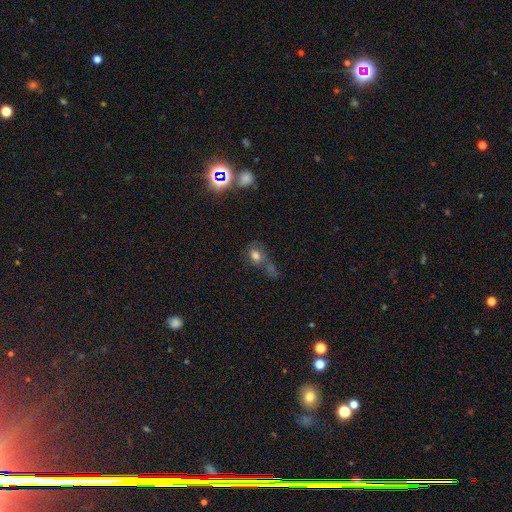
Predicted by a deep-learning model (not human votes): The model was most divided on "merging": merger: 40%, none: 35%, minor disturbance: 14%, major disturbance: 12%. More confident: smooth or featured — smooth (69%); how rounded — in between (61%).